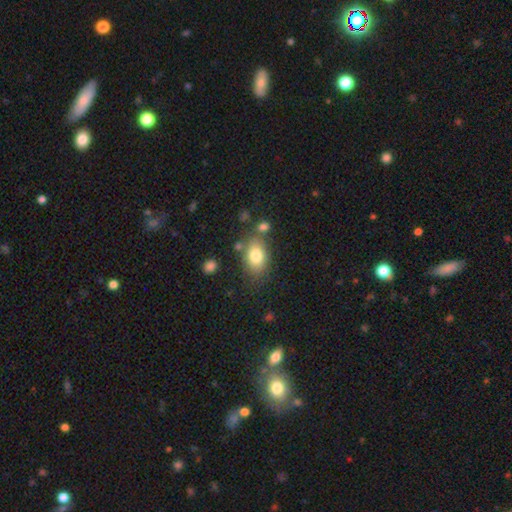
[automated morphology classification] type=smooth (79%); roundness=in between (82%); merging=none (70%).